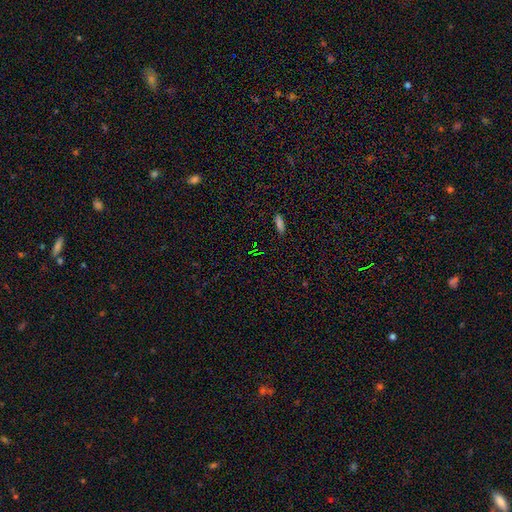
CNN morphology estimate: A star or artifact, not a galaxy (56%).